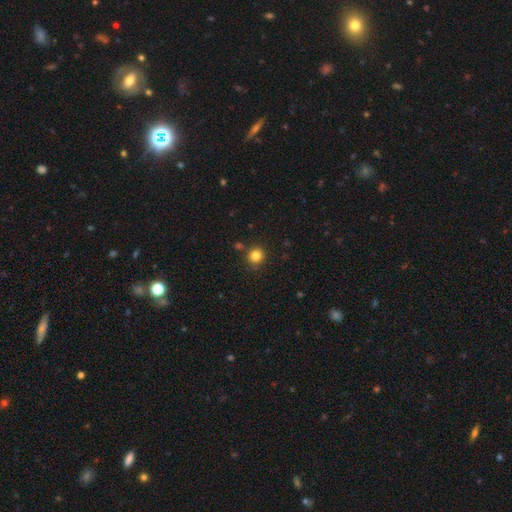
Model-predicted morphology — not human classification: A smooth galaxy with no disk features (82%) that is round (91%). Merging: none (85%).